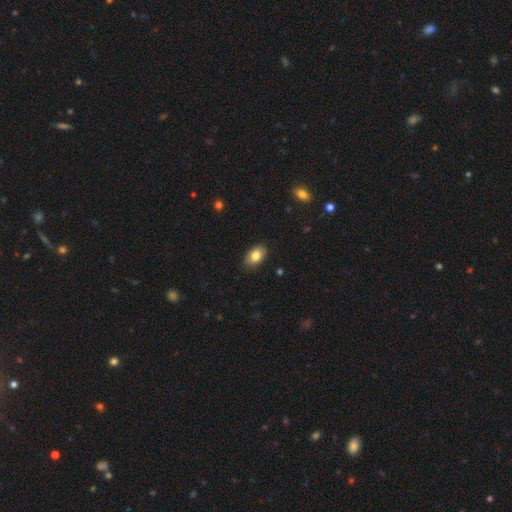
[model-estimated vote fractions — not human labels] The model was most divided on "smooth or featured": smooth: 83%, featured or disk: 10%, star or artifact: 8%. More confident: how rounded — in between (90%); merging — none (86%).